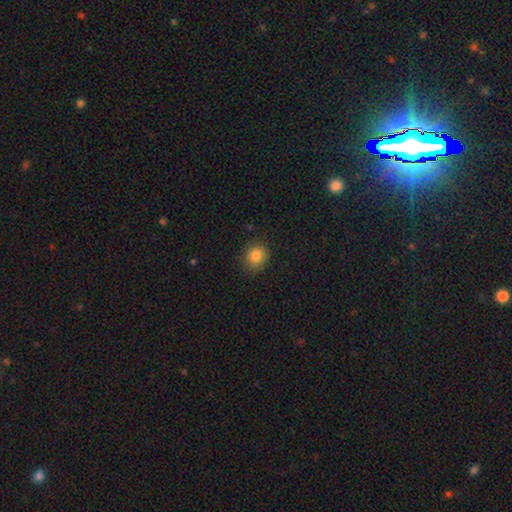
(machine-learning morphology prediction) This appears to be a smooth galaxy with no disk features (84%) that is round (72%). Merging: none (86%).